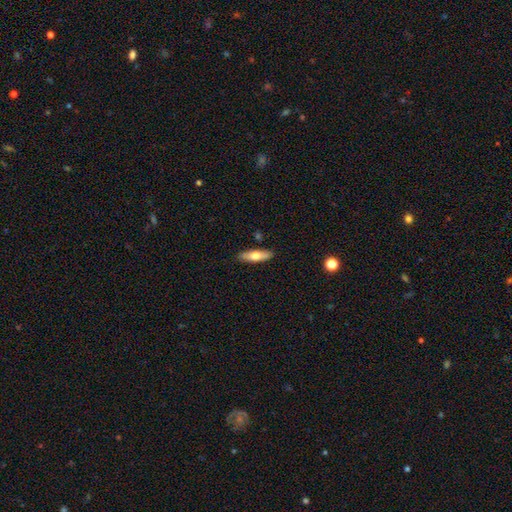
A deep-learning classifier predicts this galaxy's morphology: Smooth or featured? Predicted: smooth (p=0.63). How rounded? Predicted: cigar-shaped (p=0.54). Merging? Predicted: none (p=0.88).